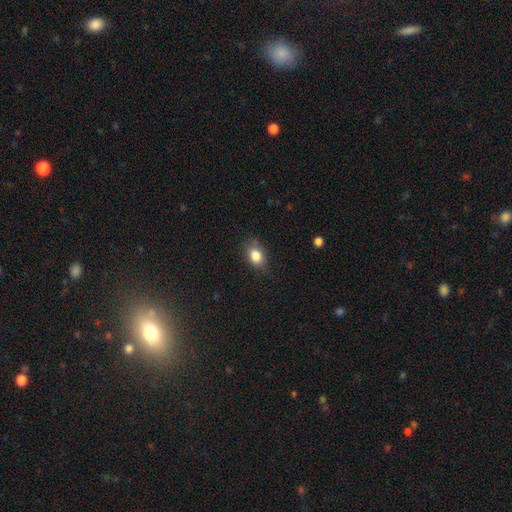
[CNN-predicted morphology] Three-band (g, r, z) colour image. It shows a smooth galaxy with no disk features (84%) that is in between round and cigar-shaped (74%). Merging: none (75%).